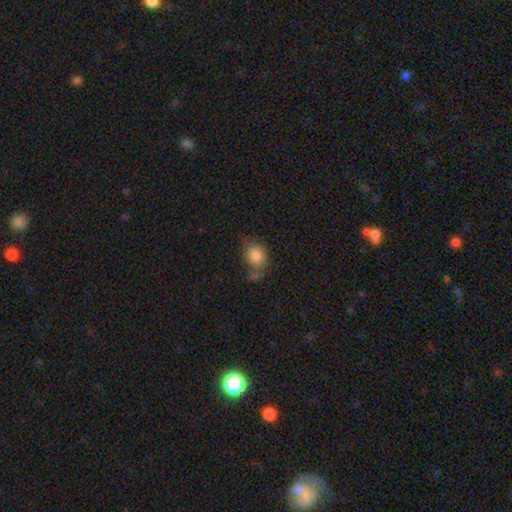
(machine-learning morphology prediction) A smooth galaxy with no disk features (82%) that is round (58%). Merging: none (52%).